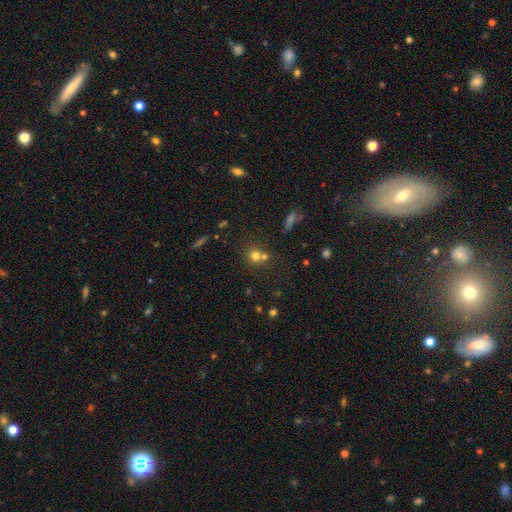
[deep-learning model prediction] Smooth or featured?
  - smooth: 69% *
  - star or artifact: 18%
  - featured or disk: 13%
How rounded?
  - round: 85% *
  - in between: 13%
  - cigar-shaped: 1%
Merging?
  - none: 51% *
  - merger: 37%
  - minor disturbance: 8%
  - major disturbance: 3%